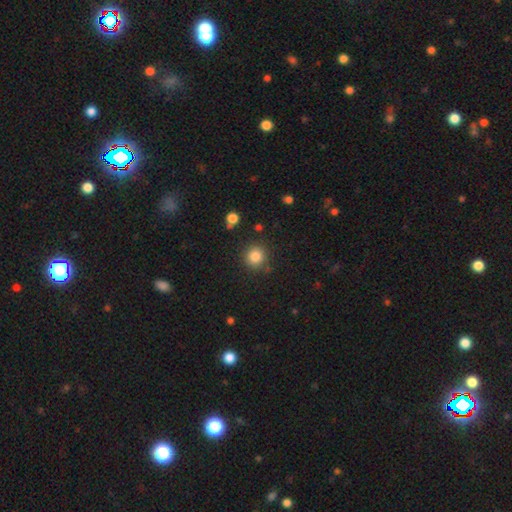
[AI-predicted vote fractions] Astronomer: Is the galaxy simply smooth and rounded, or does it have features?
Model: smooth — 83%.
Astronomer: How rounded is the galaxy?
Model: round — 92%.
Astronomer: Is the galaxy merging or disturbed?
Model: none — 86%.